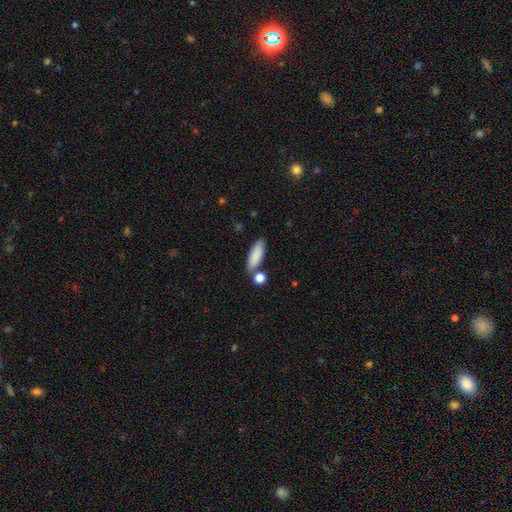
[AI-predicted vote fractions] The model was most divided on "how rounded": in between: 58%, cigar-shaped: 39%, round: 3%. More confident: smooth or featured — smooth (86%); merging — none (72%).